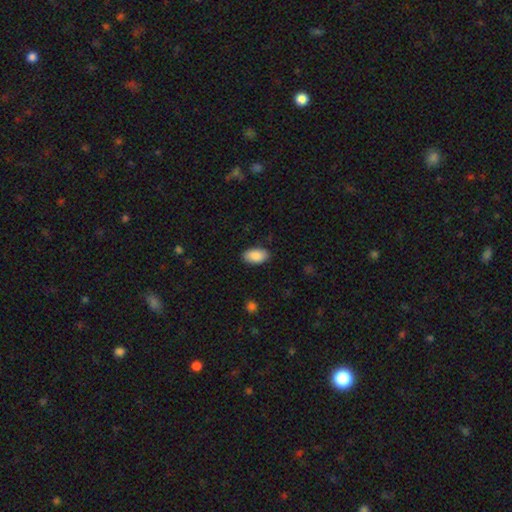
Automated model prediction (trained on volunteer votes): Smooth or featured: smooth — 90% (star or artifact — 6%)
How rounded: in between — 95% (round — 3%)
Merging: none — 87% (minor disturbance — 10%)